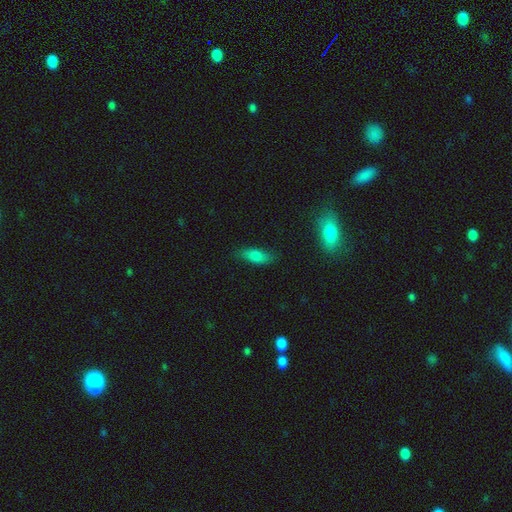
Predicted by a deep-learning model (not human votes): smooth_or_featured: smooth (p=0.75) [alt: featured or disk p=0.15]
how_rounded: in between (p=0.68) [alt: cigar-shaped p=0.29]
merging: none (p=0.77) [alt: minor disturbance p=0.17]